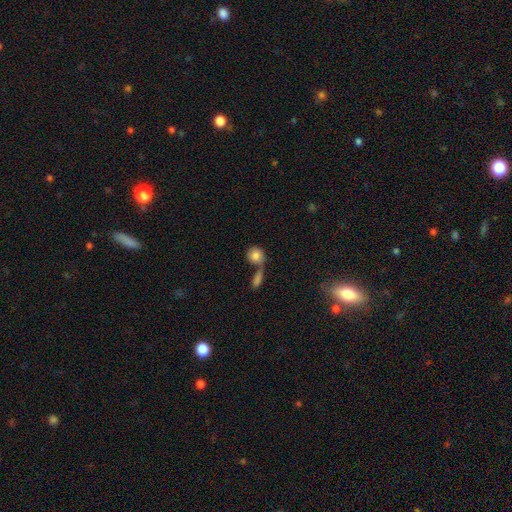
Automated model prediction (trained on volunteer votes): This is clearly a smooth galaxy (80%). How rounded: likely round (78%). Merging: marginally none (44%).